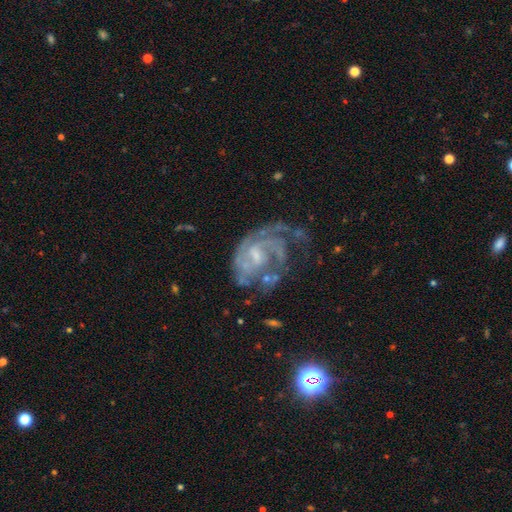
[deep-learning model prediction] Smooth or featured?
  - featured or disk: 85% *
  - smooth: 7%
  - star or artifact: 7%
Edge-on disk?
  - no: 98% *
  - yes: 2%
Bar?
  - no: 46% *
  - weak: 45%
  - strong: 9%
Spiral arms?
  - yes: 93% *
  - no: 7%
Spiral winding?
  - tight: 50% *
  - medium: 38%
  - loose: 12%
Spiral arm count?
  - 2: 30% *
  - can't tell: 29%
  - 3: 20%
  - 1: 11%
  - 4: 6%
  - more than 4: 5%
Bulge size?
  - small: 51% *
  - moderate: 32%
  - none: 15%
  - large: 2%
  - dominant: 1%
Merging?
  - none: 43% *
  - major disturbance: 28%
  - minor disturbance: 23%
  - merger: 6%